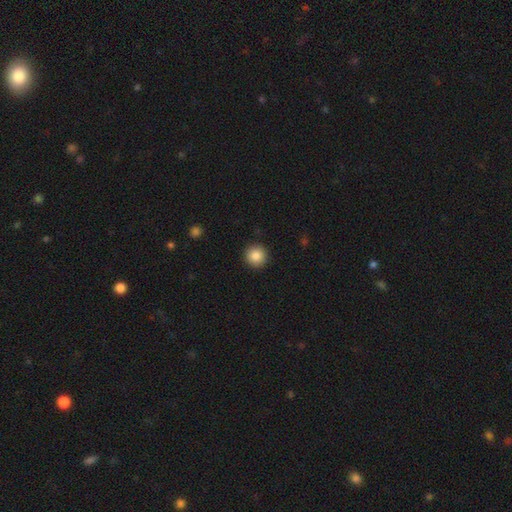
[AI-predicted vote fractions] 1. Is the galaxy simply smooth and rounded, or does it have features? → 86% smooth, 9% star or artifact, 4% featured or disk.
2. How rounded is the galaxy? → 95% round, 4% in between, 1% cigar-shaped.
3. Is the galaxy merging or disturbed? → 92% none, 5% minor disturbance, 2% major disturbance, 1% merger.